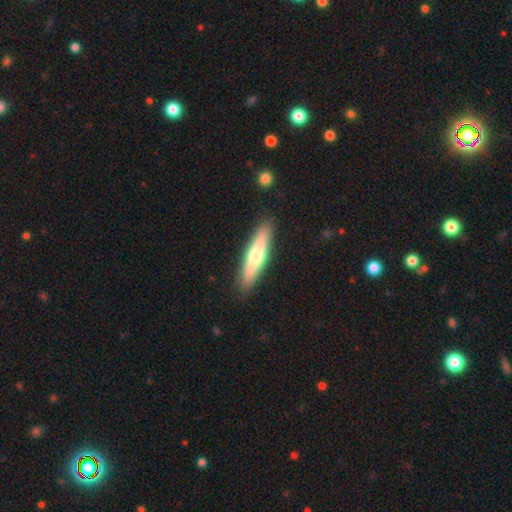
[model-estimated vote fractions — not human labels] This appears to be a smooth galaxy with no disk features (56%) that is cigar-shaped (80%). Merging: none (90%).